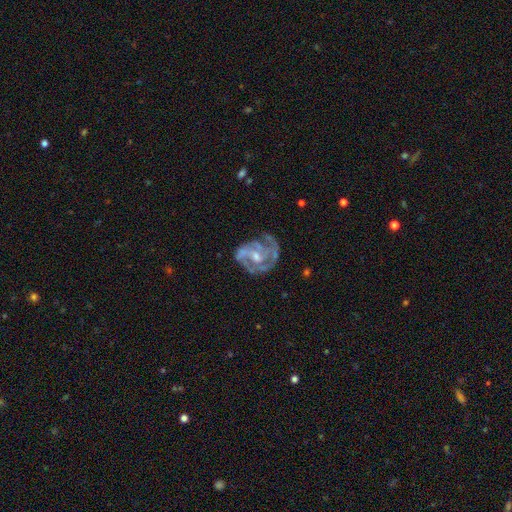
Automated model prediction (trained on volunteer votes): This is clearly a featured or disk galaxy (86%). It is clearly not viewed edge-on (98%). Bar: possibly no (46%). Spiral arm pattern: clearly yes (93%). Spiral arm count: marginally 3 (34%, tied with 2). Spiral winding: possibly tight (47%). Central bulge: possibly moderate (54%). Merging: likely none (60%).